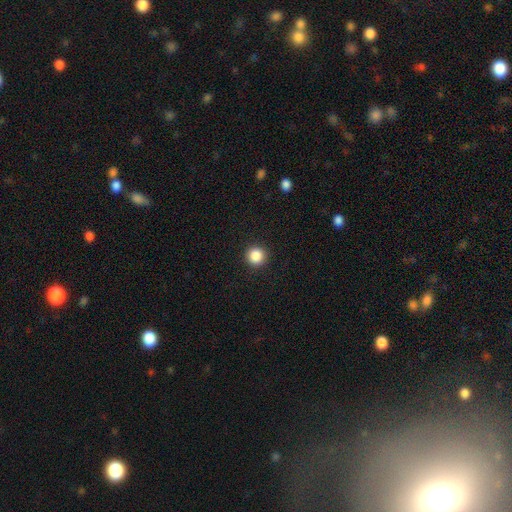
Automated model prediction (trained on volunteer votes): Smooth or featured? Predicted: smooth (p=0.87). How rounded? Predicted: round (p=0.95). Merging? Predicted: none (p=0.93).